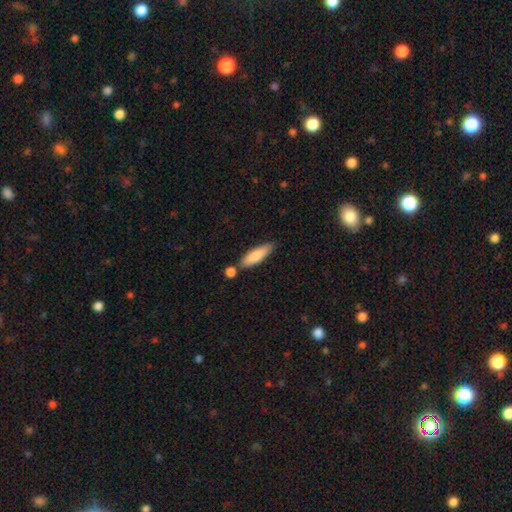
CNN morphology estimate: type=smooth (79%); roundness=cigar-shaped (58%); merging=none (69%).